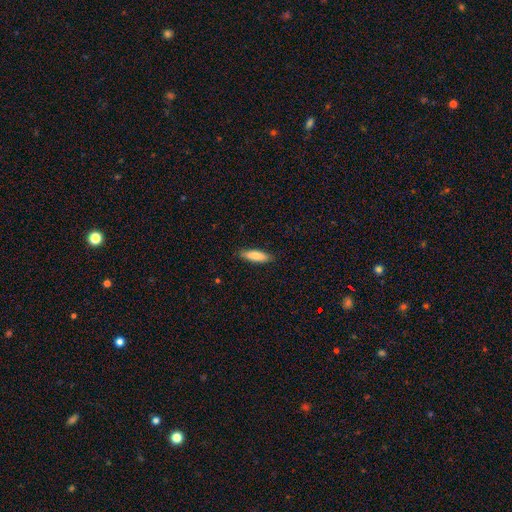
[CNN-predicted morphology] smooth_or_featured: smooth (p=0.82) [alt: featured or disk p=0.12]
how_rounded: cigar-shaped (p=0.54) [alt: in between p=0.44]
merging: none (p=0.87) [alt: minor disturbance p=0.10]